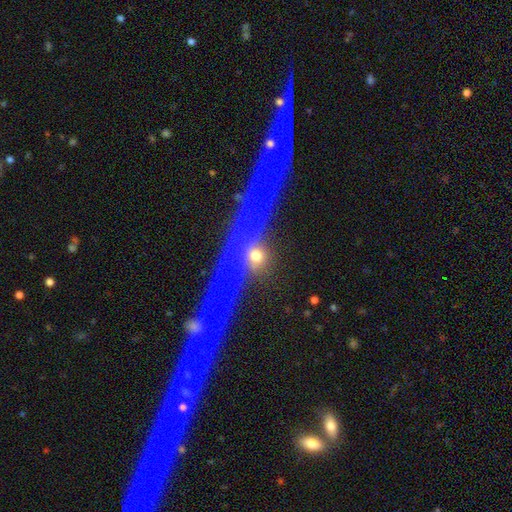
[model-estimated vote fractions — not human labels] Smooth or featured? Predicted: smooth (p=0.51). How rounded? Predicted: round (p=0.40). Merging? Predicted: merger (p=0.32, tied with none).